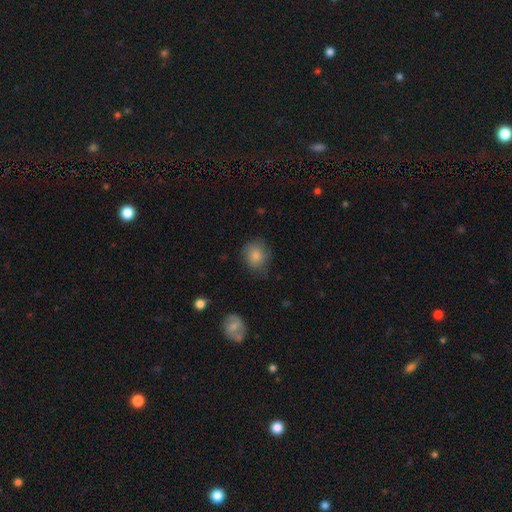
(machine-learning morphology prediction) This appears to be a smooth galaxy with no disk features (85%) that is round (74%). Merging: none (74%).